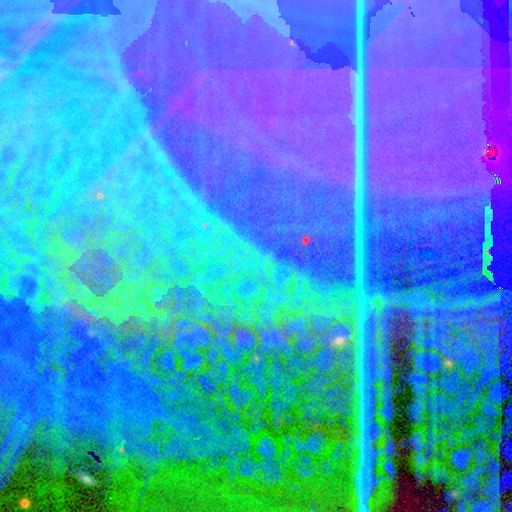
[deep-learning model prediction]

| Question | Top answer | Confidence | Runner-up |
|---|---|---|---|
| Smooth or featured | star or artifact | 86% | featured or disk (8%) |